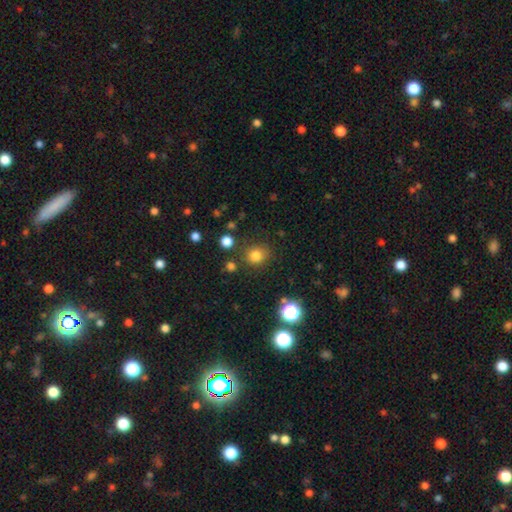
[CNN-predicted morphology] Q: Smooth or featured?
A: smooth (79%); runner-up: star or artifact (16%)
Q: How rounded?
A: round (85%); runner-up: in between (15%)
Q: Merging?
A: none (82%); runner-up: minor disturbance (10%)